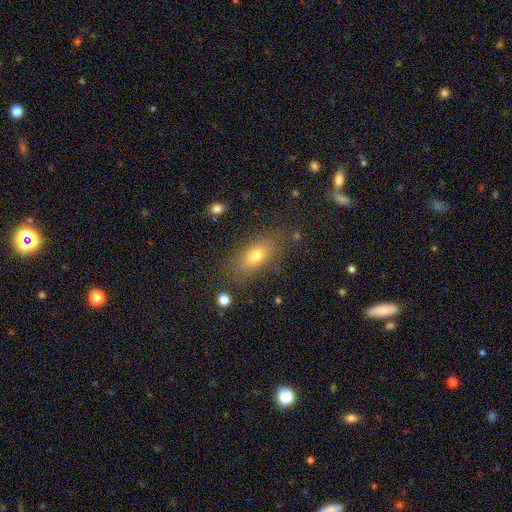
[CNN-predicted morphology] The model was most divided on "smooth or featured": smooth: 70%, featured or disk: 18%, star or artifact: 12%. More confident: how rounded — in between (78%); merging — none (77%).